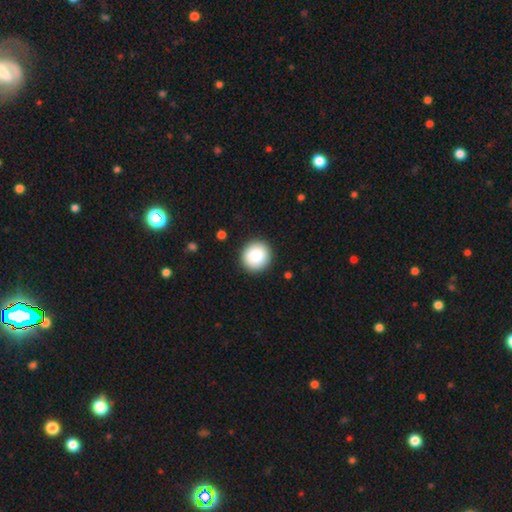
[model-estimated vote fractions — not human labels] This is clearly a smooth galaxy (86%). How rounded: clearly round (94%). Merging: clearly none (92%).